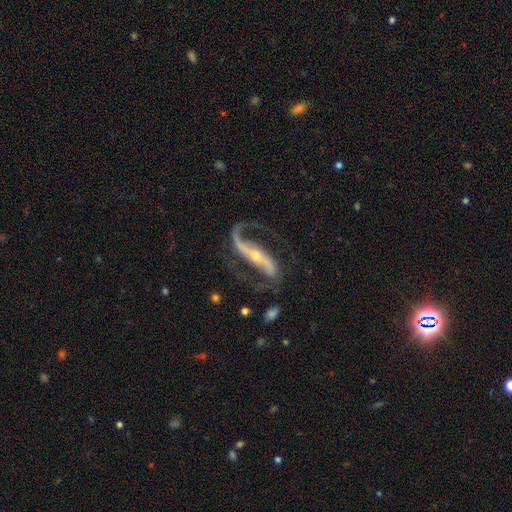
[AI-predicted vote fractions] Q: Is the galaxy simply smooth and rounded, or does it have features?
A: featured or disk — 92%.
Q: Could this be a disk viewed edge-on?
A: no — 91%.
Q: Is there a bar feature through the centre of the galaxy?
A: strong — 66%.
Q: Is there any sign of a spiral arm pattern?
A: yes — 97%.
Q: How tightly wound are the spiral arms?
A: loose — 50%.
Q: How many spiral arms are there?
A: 2 — 88%.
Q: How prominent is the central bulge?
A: small — 61%.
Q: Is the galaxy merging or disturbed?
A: none — 70%.